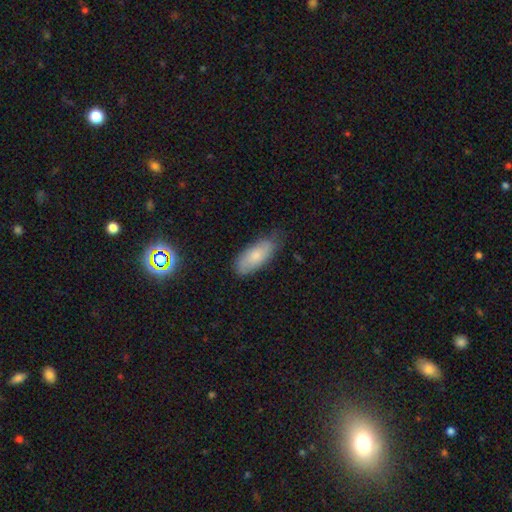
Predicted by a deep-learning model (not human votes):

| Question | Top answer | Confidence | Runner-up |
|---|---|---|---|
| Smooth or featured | smooth | 76% | featured or disk (17%) |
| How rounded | in between | 83% | cigar-shaped (15%) |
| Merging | none | 68% | minor disturbance (26%) |